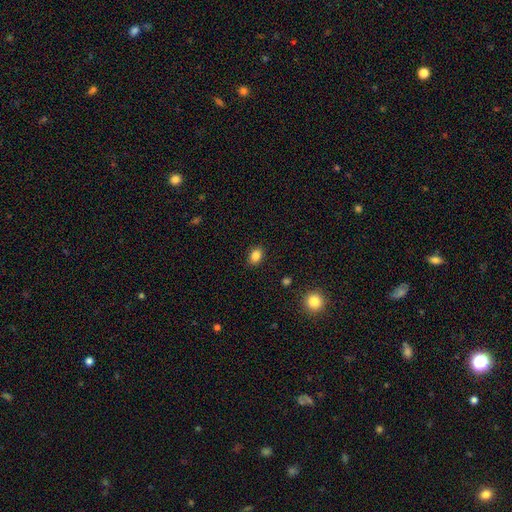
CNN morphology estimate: This appears to be a smooth galaxy with no disk features (85%) that is in between round and cigar-shaped (71%). Merging: none (88%).